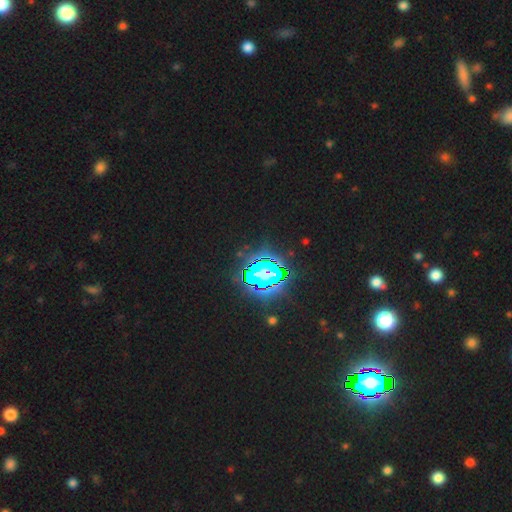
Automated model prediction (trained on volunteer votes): Smooth or featured? star or artifact (83%)